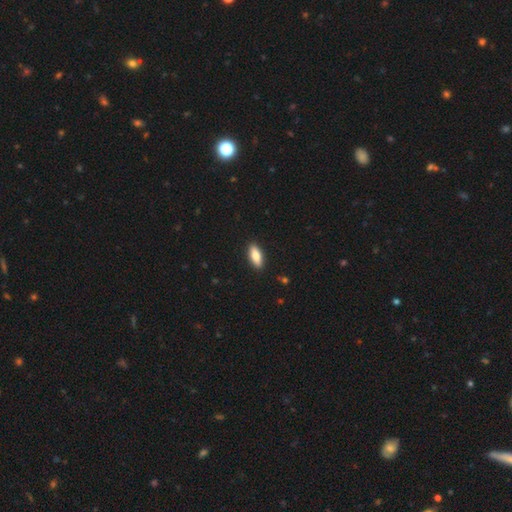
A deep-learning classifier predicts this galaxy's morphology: type=smooth (77%); roundness=in between (74%); merging=none (90%).